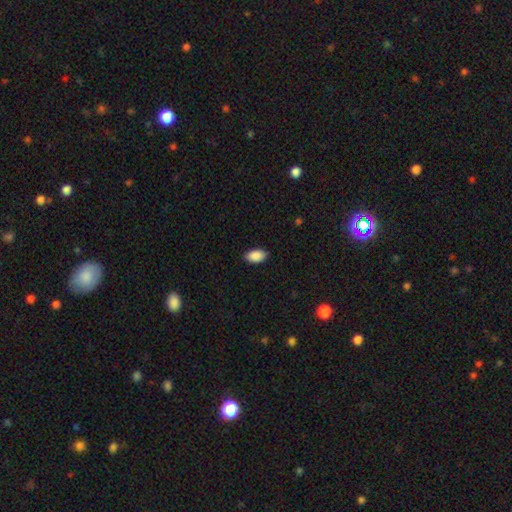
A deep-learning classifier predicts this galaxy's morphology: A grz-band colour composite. It shows a smooth galaxy with no disk features (90%) that is in between round and cigar-shaped (94%). Merging: none (88%).